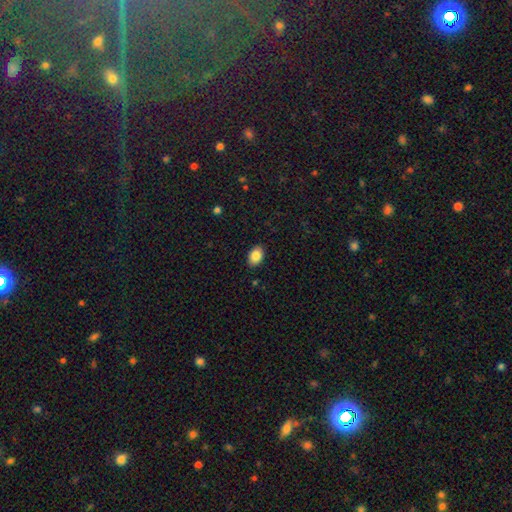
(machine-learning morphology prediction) The model was most divided on "how rounded": in between: 82%, round: 17%, cigar-shaped: 1%. More confident: merging — none (88%); smooth or featured — smooth (87%).